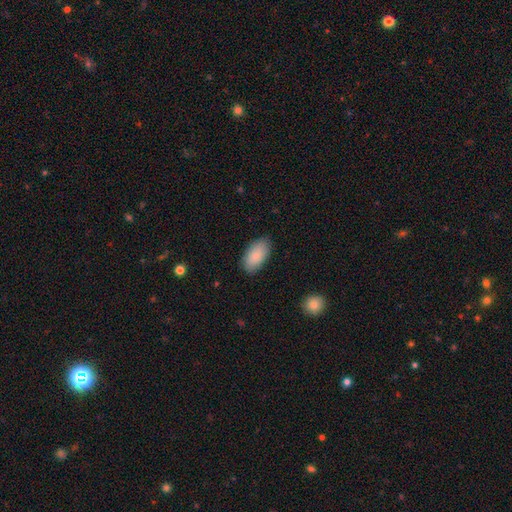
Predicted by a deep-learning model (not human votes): This appears to be a smooth galaxy with no disk features (88%) that is in between round and cigar-shaped (95%). Merging: none (86%).